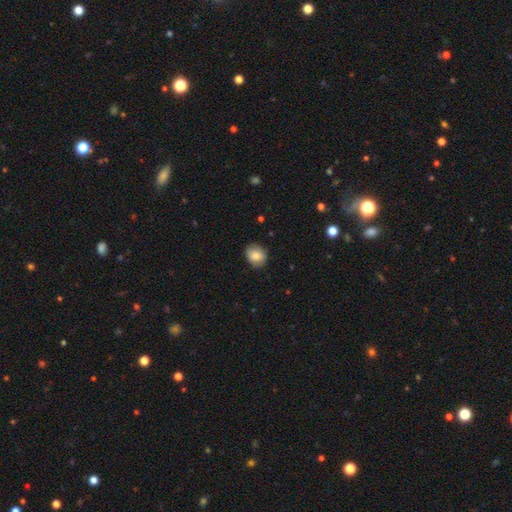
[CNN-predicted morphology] smooth 81%, featured or disk 11%, star or artifact 8%. Down the decision tree: how rounded — round (58%); merging — none (81%).